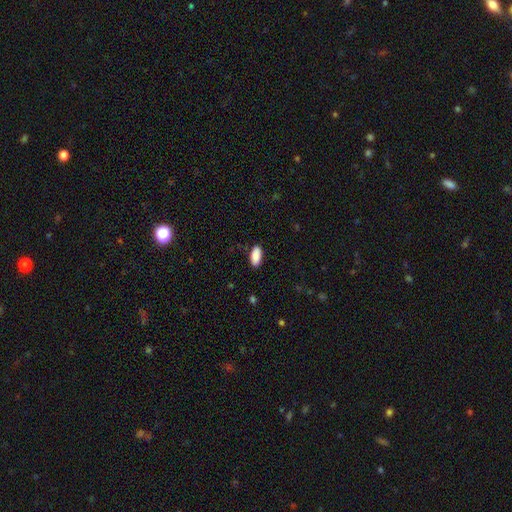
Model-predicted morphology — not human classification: type=smooth (89%); roundness=in between (91%); merging=none (86%).